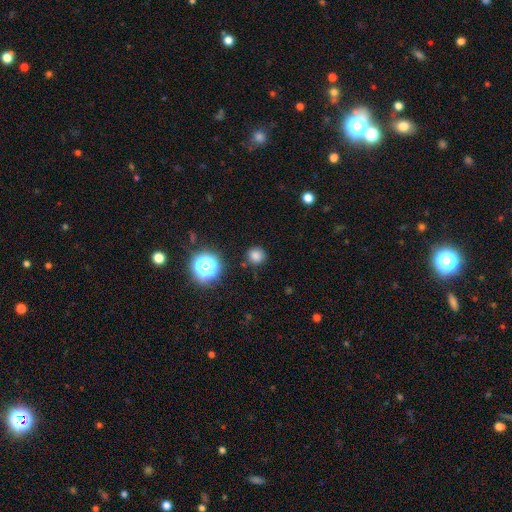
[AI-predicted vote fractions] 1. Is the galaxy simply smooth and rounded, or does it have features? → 78% smooth, 17% star or artifact, 5% featured or disk.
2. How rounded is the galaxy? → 92% round, 7% in between, 1% cigar-shaped.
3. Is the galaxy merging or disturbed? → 85% none, 9% minor disturbance, 3% major disturbance, 3% merger.